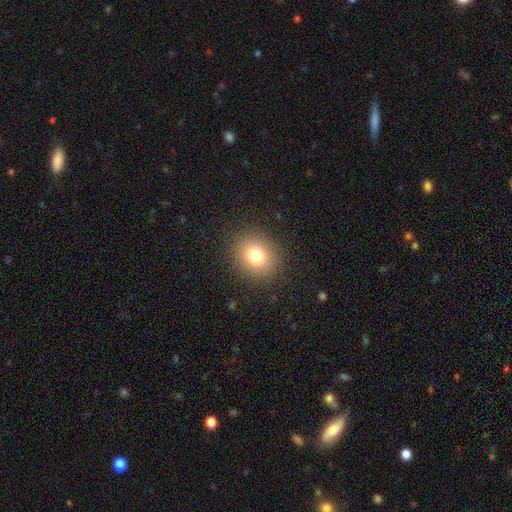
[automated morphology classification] This is likely a smooth galaxy (77%). How rounded: likely round (71%). Merging: clearly none (89%).